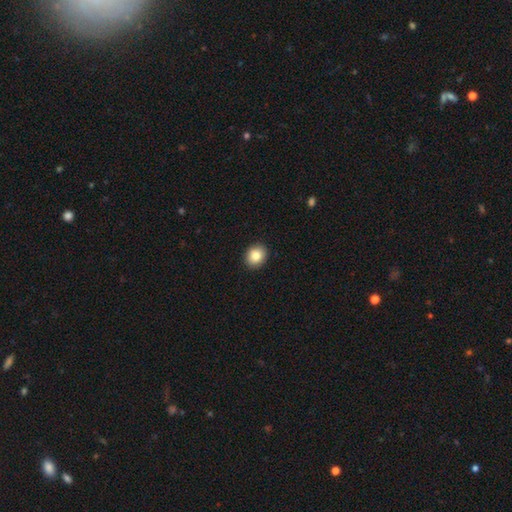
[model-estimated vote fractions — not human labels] Smooth or featured: smooth — 85% (star or artifact — 9%)
How rounded: round — 64% (in between — 36%)
Merging: none — 92% (minor disturbance — 6%)